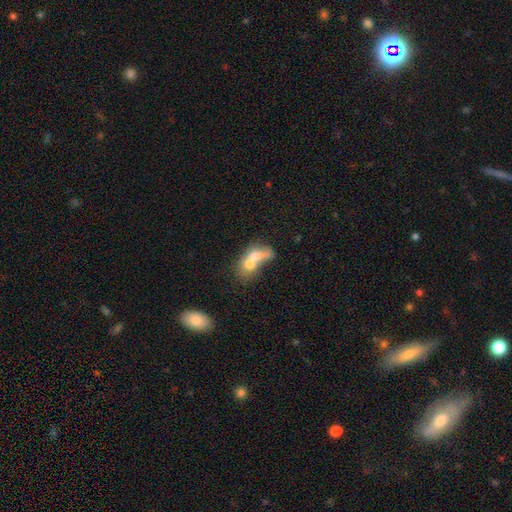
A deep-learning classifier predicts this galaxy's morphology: The model was most divided on "smooth or featured": smooth: 64%, featured or disk: 28%, star or artifact: 8%. More confident: merging — merger (75%); how rounded — in between (67%).